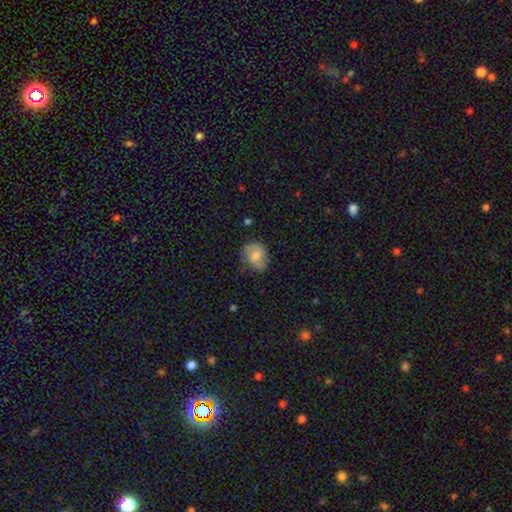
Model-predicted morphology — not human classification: The model was most divided on "how rounded": round: 55%, in between: 44%, cigar-shaped: 1%. More confident: merging — none (62%); smooth or featured — smooth (58%).